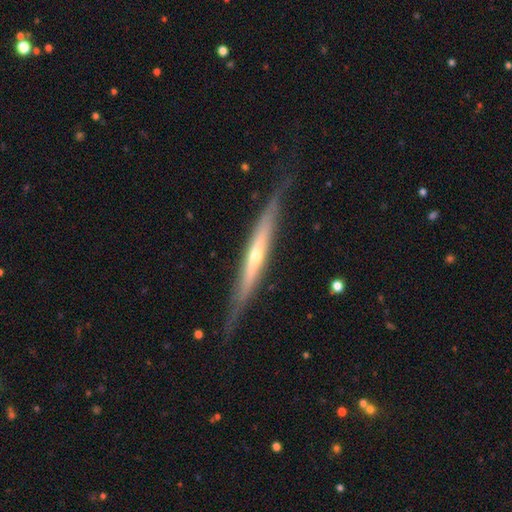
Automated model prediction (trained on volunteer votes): Smooth or featured: featured or disk — 77% (smooth — 18%)
Edge-on disk: yes — 93% (no — 7%)
Edge-on bulge: rounded — 66% (none — 30%)
Merging: none — 78% (minor disturbance — 17%)